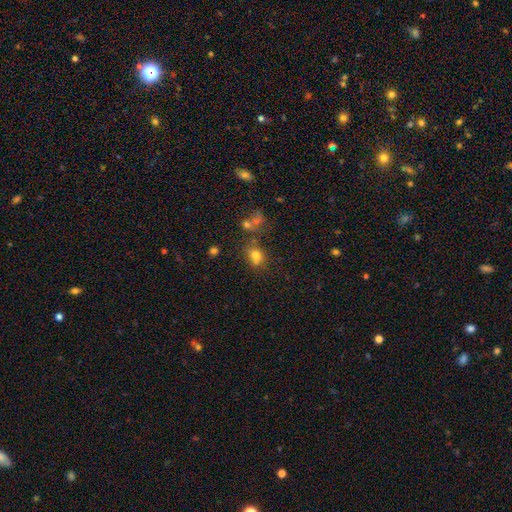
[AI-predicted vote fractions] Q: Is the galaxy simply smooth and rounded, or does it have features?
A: smooth — 73%.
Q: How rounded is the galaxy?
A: round — 51%.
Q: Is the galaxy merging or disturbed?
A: none — 55%.